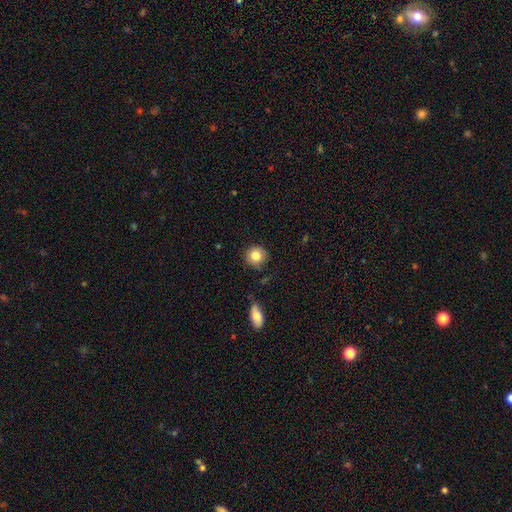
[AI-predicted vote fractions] A smooth galaxy with no disk features (82%) that is round (90%). Merging: none (85%).